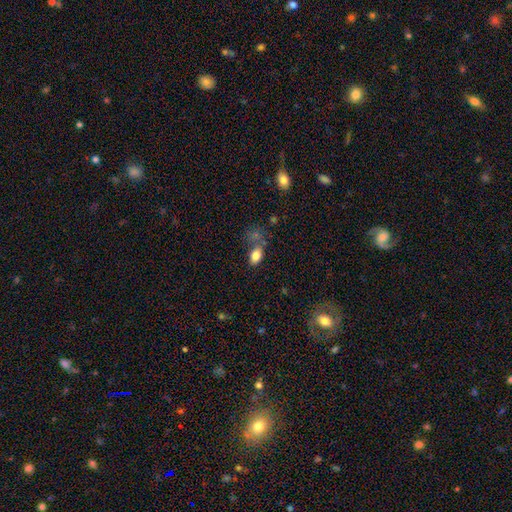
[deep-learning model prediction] A smooth galaxy with no disk features (82%) that is in between round and cigar-shaped (85%). Merging: none (48%).